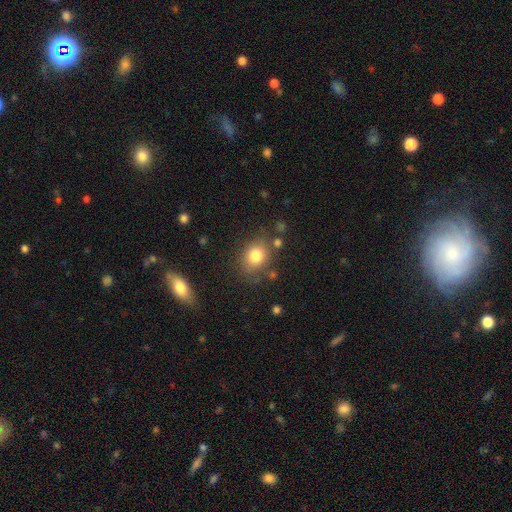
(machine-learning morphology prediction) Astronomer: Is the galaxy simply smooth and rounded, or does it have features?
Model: smooth — 79%.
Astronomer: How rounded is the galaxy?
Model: in between — 50% (runner-up: round, 48%).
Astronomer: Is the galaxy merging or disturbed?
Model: none — 74%.